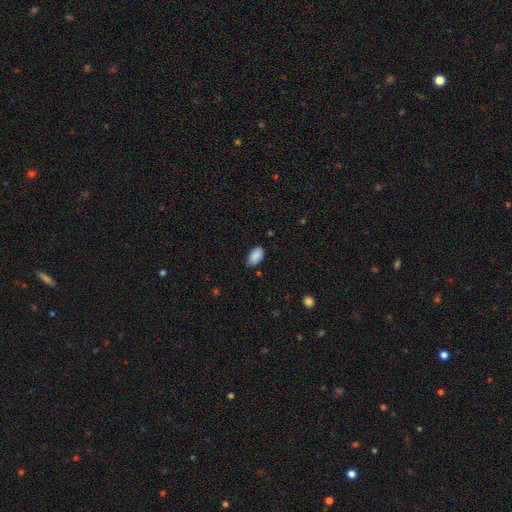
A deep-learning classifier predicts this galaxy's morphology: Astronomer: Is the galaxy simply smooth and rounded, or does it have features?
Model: smooth — 89%.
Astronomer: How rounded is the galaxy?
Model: in between — 94%.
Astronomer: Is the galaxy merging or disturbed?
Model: none — 78%.